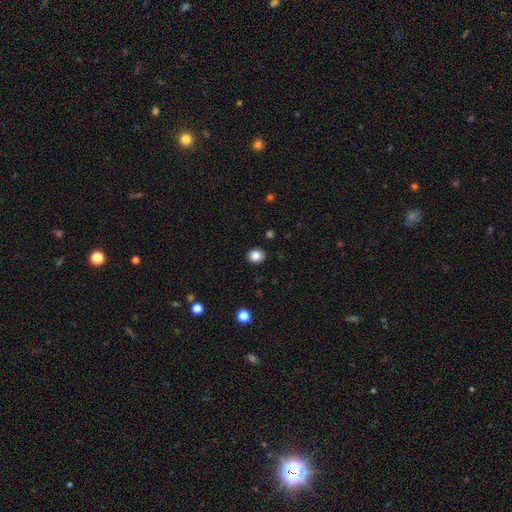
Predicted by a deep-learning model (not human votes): Smooth or featured: smooth — 86% (star or artifact — 10%)
How rounded: round — 72% (in between — 28%)
Merging: none — 90% (minor disturbance — 7%)